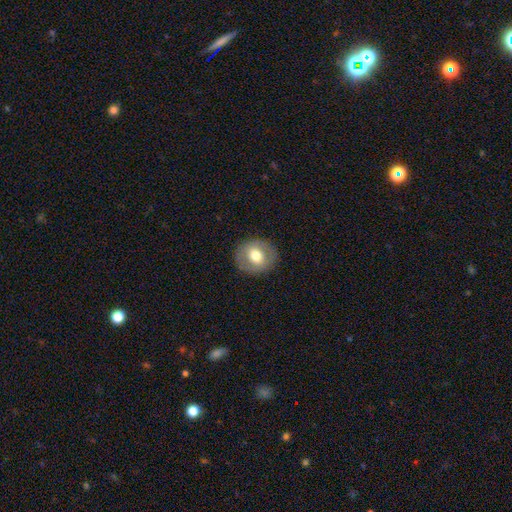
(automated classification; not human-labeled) smooth 62%, featured or disk 30%, star or artifact 8%. Down the decision tree: how rounded — round (80%); merging — none (88%).